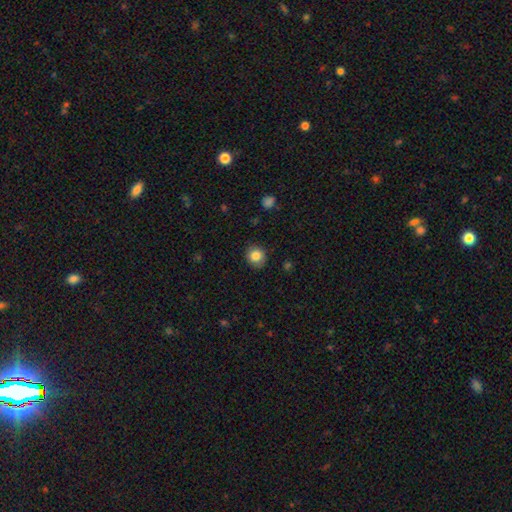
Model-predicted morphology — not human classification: This is clearly a smooth galaxy (84%). How rounded: clearly round (85%). Merging: clearly none (88%).